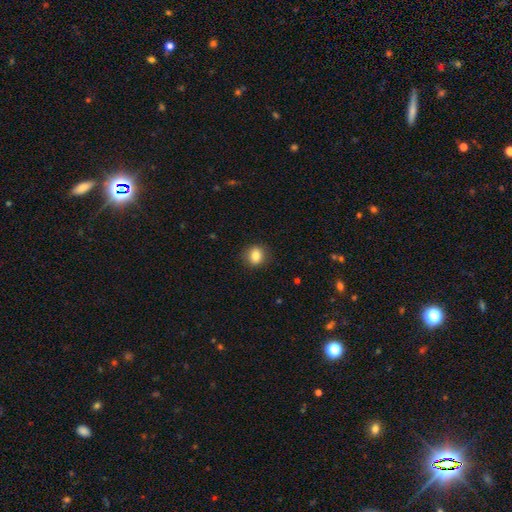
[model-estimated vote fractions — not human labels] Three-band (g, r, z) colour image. It shows a smooth galaxy with no disk features (83%) that is round (71%). Merging: none (87%).